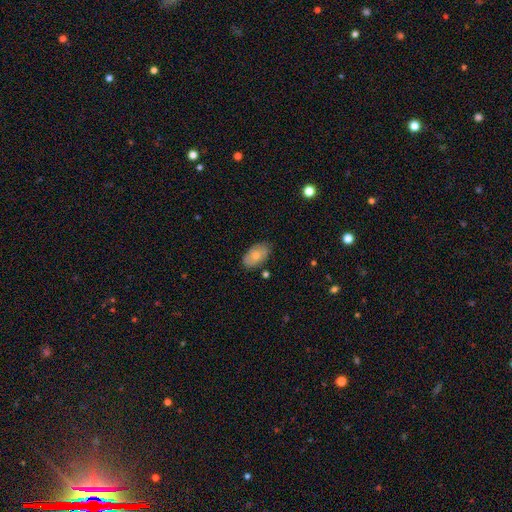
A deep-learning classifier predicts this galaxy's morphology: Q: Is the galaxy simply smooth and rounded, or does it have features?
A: smooth — 69%.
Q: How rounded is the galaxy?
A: in between — 93%.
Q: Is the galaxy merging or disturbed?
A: none — 78%.